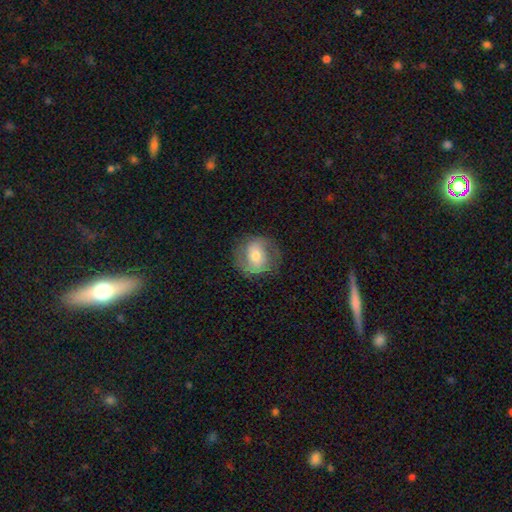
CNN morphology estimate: Smooth or featured?
  - featured or disk: 56% *
  - smooth: 36%
  - star or artifact: 7%
Edge-on disk?
  - no: 96% *
  - yes: 4%
Bar?
  - no: 42% *
  - weak: 37%
  - strong: 21%
Spiral arms?
  - yes: 77% *
  - no: 23%
Bulge size?
  - moderate: 64% *
  - small: 24%
  - large: 9%
  - none: 1%
  - dominant: 1%
Merging?
  - none: 77% *
  - minor disturbance: 15%
  - major disturbance: 7%
  - merger: 1%